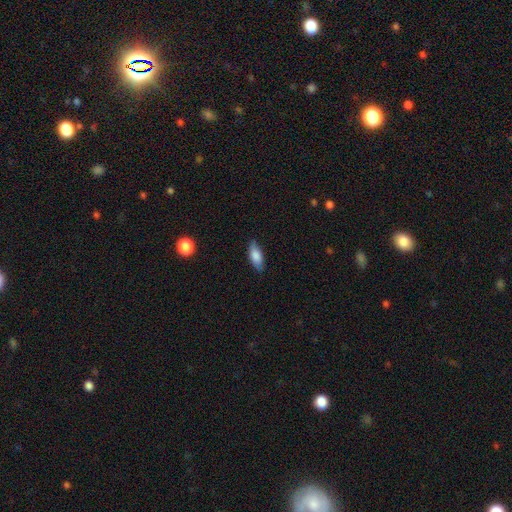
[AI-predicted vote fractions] A smooth galaxy with no disk features (82%) that is in between round and cigar-shaped (80%).

Vote fractions:
- Smooth or featured? smooth: 82% / featured or disk: 11% / star or artifact: 7%
- How rounded? in between: 80% / cigar-shaped: 17% / round: 3%
- Merging? none: 82% / minor disturbance: 14% / major disturbance: 3% / merger: 1%